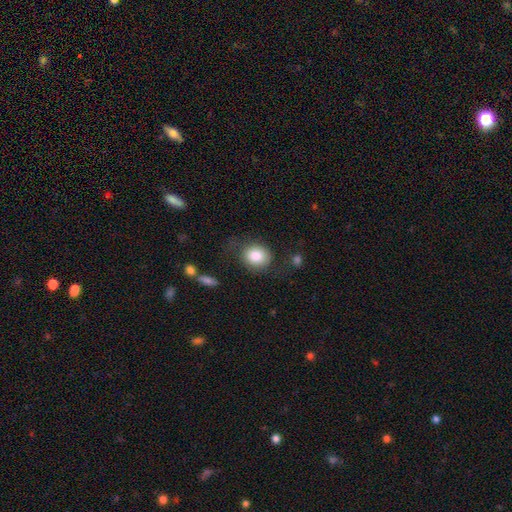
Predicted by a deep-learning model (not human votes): Smooth or featured: smooth — 84% (featured or disk — 8%)
How rounded: round — 69% (in between — 30%)
Merging: none — 67% (minor disturbance — 19%)